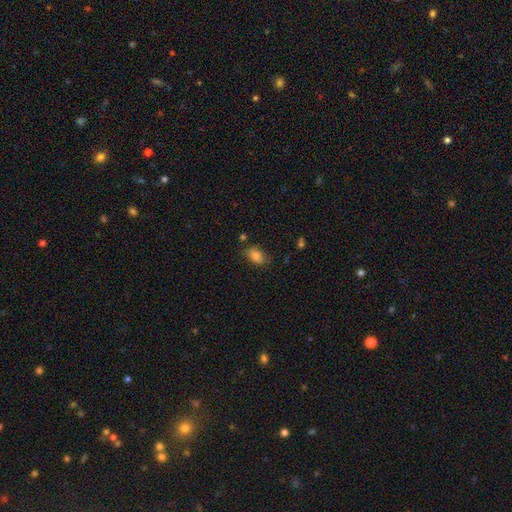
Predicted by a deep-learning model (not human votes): The model was most divided on "merging": none: 72%, minor disturbance: 19%, major disturbance: 5%, merger: 3%. More confident: how rounded — in between (88%); smooth or featured — smooth (83%).